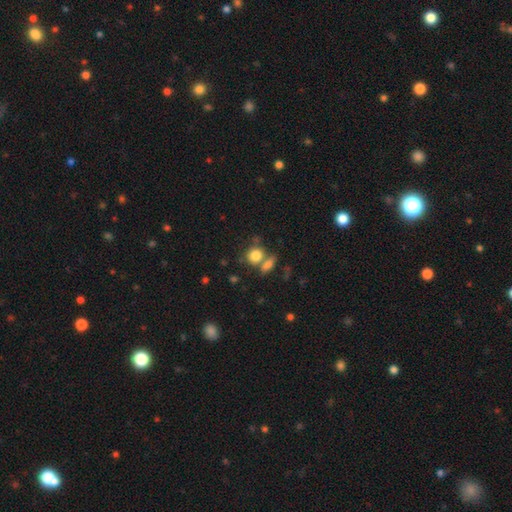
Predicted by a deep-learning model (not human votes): Smooth or featured? Predicted: smooth (p=0.81). How rounded? Predicted: round (p=0.67). Merging? Predicted: none (p=0.48).